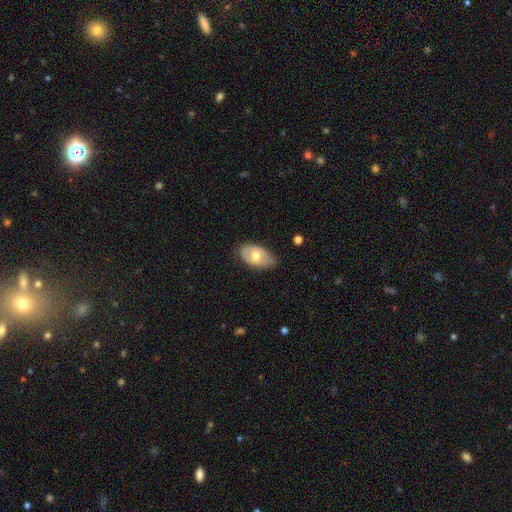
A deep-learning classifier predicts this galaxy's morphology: Overall: smooth (58%; featured or disk 36%). How rounded: in between (91%). Merging: none (70%).